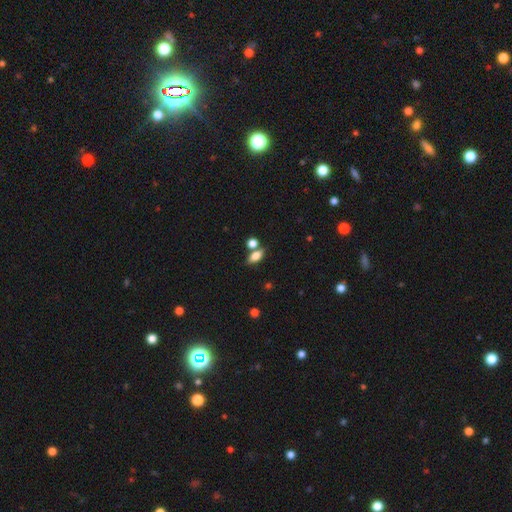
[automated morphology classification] Smooth or featured? smooth (75%)
How rounded? in between (78%)
Merging? none (62%)